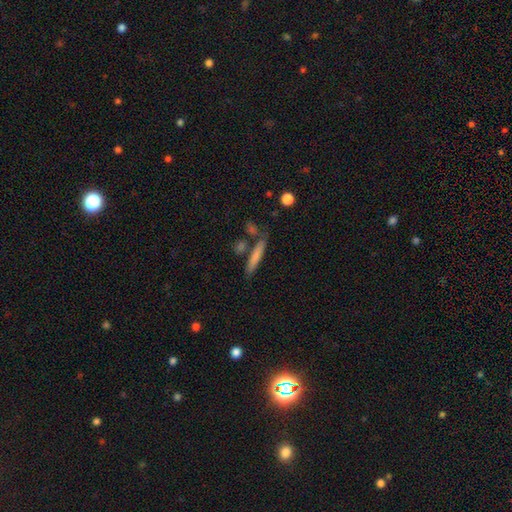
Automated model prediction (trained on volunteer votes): This is likely a smooth galaxy (73%). How rounded: clearly cigar-shaped (89%). Merging: likely none (74%).